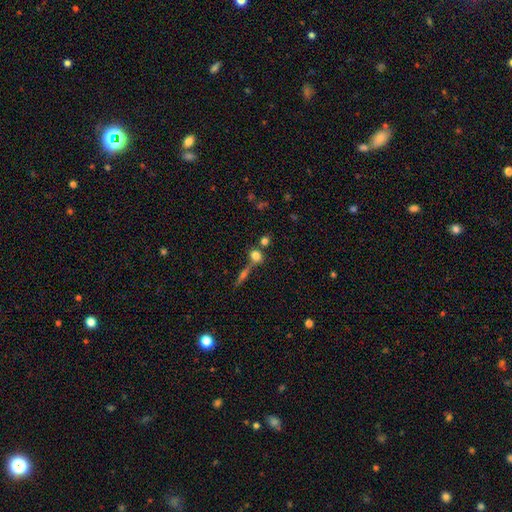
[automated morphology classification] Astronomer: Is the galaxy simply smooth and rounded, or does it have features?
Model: smooth — 74%.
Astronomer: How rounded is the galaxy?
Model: round — 76%.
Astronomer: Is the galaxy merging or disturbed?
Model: none — 57%.